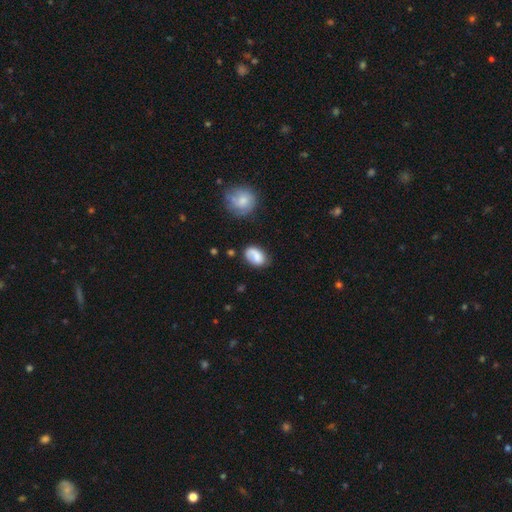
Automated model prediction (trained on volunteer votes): Q: Smooth or featured?
A: smooth (72%); runner-up: featured or disk (21%)
Q: How rounded?
A: in between (81%); runner-up: round (18%)
Q: Merging?
A: none (60%); runner-up: minor disturbance (24%)